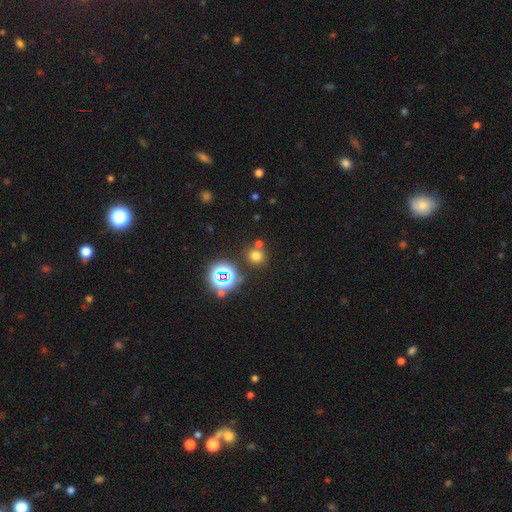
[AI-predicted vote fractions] Q: Smooth or featured?
A: smooth (67%); runner-up: star or artifact (26%)
Q: How rounded?
A: round (89%); runner-up: in between (10%)
Q: Merging?
A: none (75%); runner-up: merger (14%)